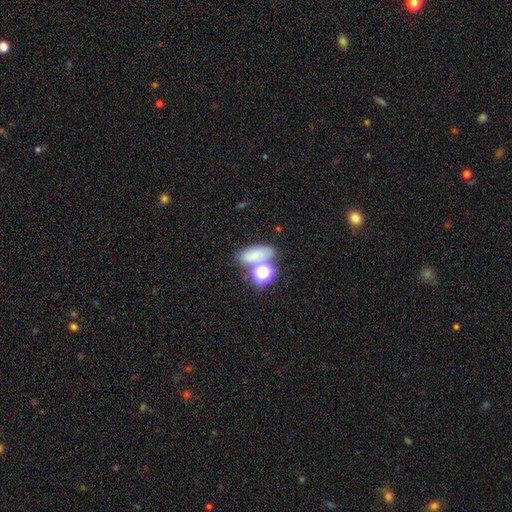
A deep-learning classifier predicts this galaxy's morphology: A smooth galaxy with no disk features (65%) that is in between round and cigar-shaped (68%). Merging: none (50%).